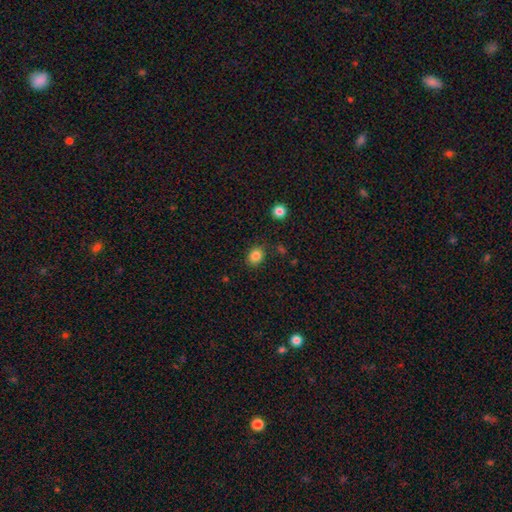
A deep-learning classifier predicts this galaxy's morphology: Overall: smooth (84%). How rounded: round (54%; in between 45%). Merging: none (83%).